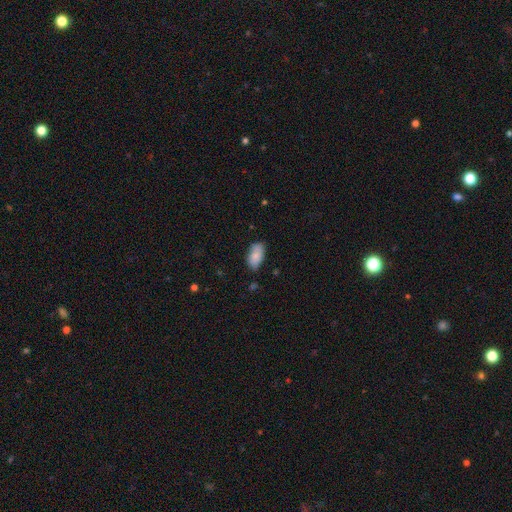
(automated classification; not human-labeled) This appears to be a smooth galaxy with no disk features (81%) that is in between round and cigar-shaped (93%). Merging: none (68%).